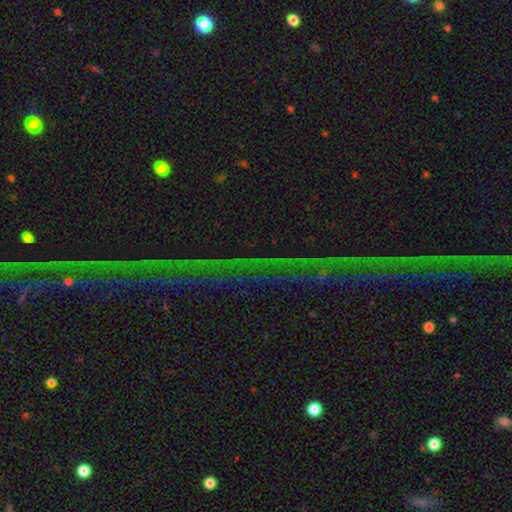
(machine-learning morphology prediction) Smooth or featured? star or artifact (77%)